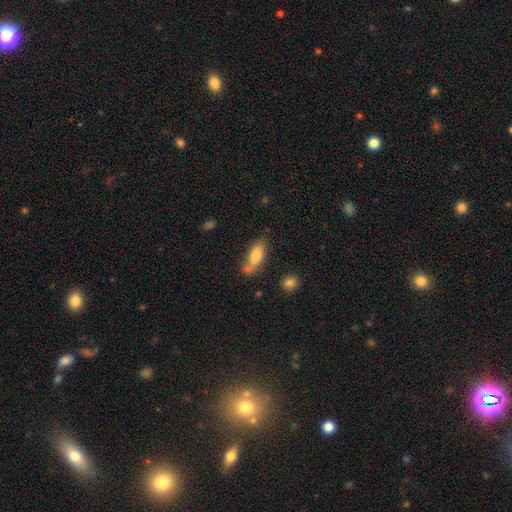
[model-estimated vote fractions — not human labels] The model was most divided on "merging": none: 59%, minor disturbance: 20%, merger: 15%, major disturbance: 6%. More confident: how rounded — in between (75%); smooth or featured — smooth (74%).